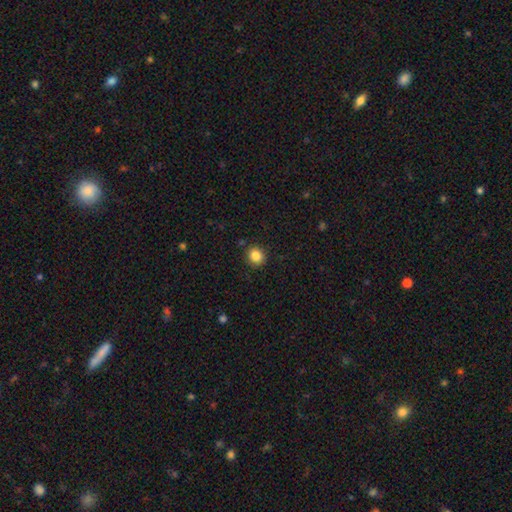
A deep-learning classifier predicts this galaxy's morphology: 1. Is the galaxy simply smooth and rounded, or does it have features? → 85% smooth, 11% star or artifact, 5% featured or disk.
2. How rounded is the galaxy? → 82% round, 17% in between, 1% cigar-shaped.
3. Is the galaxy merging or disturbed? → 89% none, 7% minor disturbance, 2% major disturbance, 2% merger.